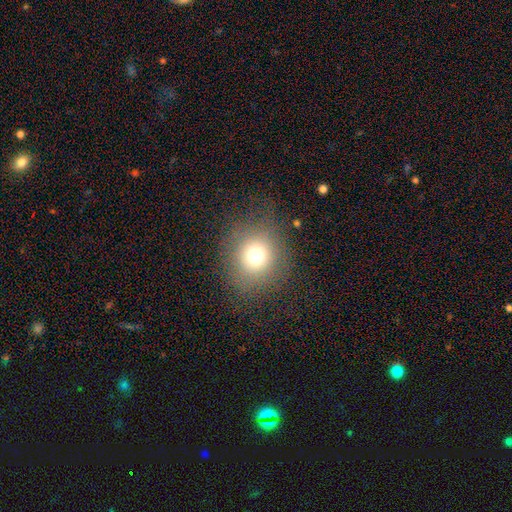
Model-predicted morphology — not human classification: smooth_or_featured: smooth (p=0.71) [alt: star or artifact p=0.17]
how_rounded: round (p=0.86) [alt: in between p=0.13]
merging: none (p=0.80) [alt: minor disturbance p=0.11]